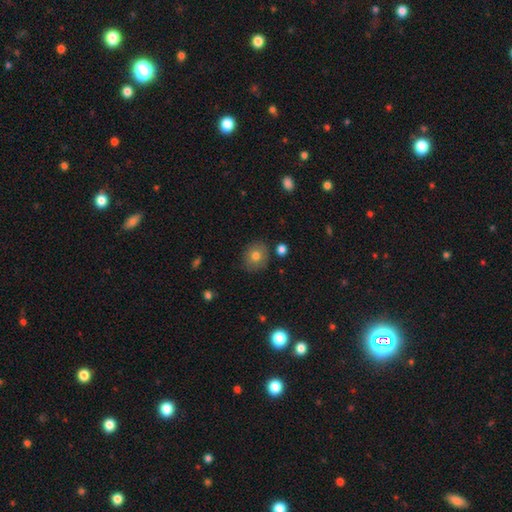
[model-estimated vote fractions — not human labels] A smooth galaxy with no disk features (76%) that is round (67%). Merging: none (84%).